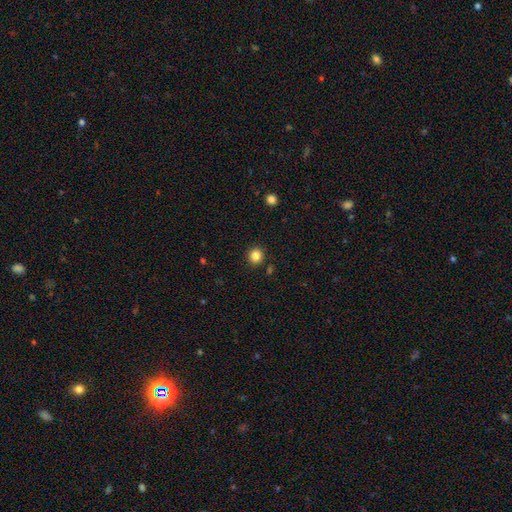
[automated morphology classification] type=smooth (84%); roundness=round (91%); merging=none (91%).